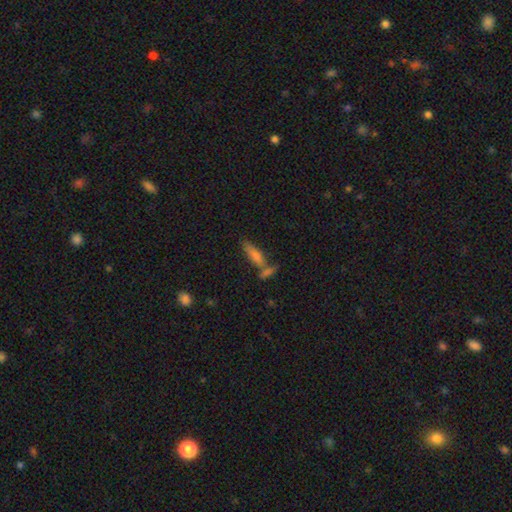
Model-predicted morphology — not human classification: This is likely a smooth galaxy (64%). How rounded: likely cigar-shaped (62%). Merging: possibly none (48%).